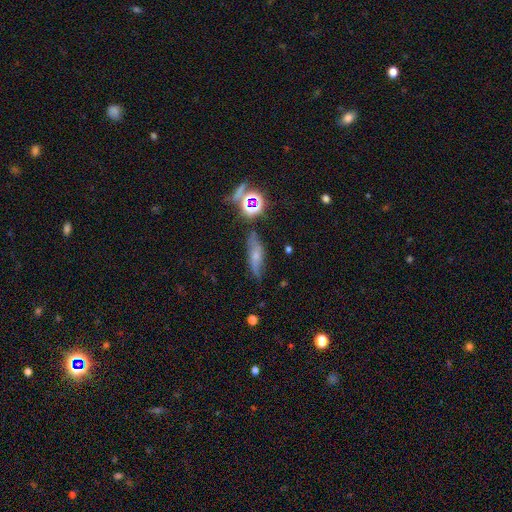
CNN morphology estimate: This is marginally a smooth galaxy (44%). Merging: likely none (65%).